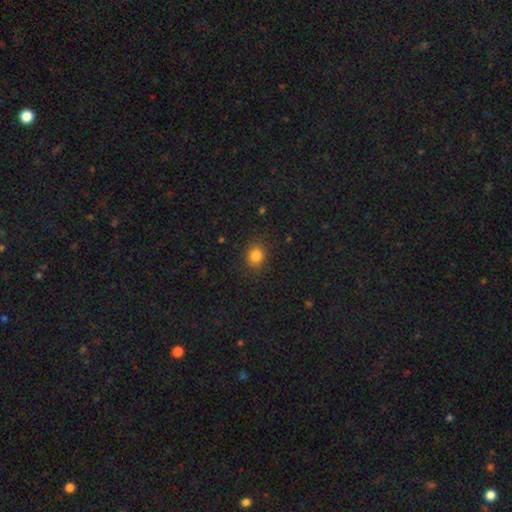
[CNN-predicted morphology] Q: Smooth or featured?
A: smooth (83%); runner-up: star or artifact (13%)
Q: How rounded?
A: round (71%); runner-up: in between (28%)
Q: Merging?
A: none (87%); runner-up: minor disturbance (9%)